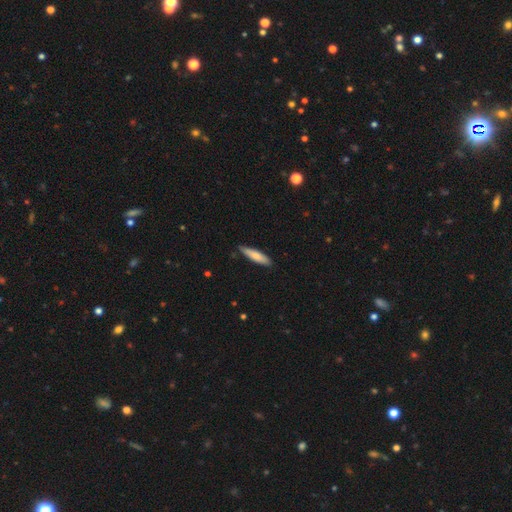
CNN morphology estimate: Overall: smooth (75%). How rounded: cigar-shaped (77%). Merging: none (82%).